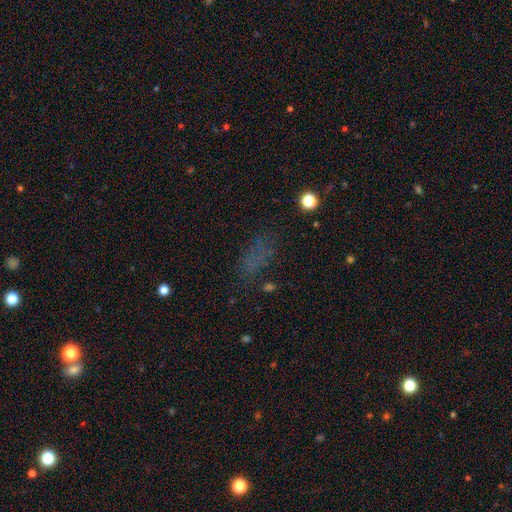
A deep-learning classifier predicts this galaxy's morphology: The model was most divided on "smooth or featured": smooth: 53%, star or artifact: 33%, featured or disk: 14%. More confident: how rounded — in between (74%); merging — none (67%).